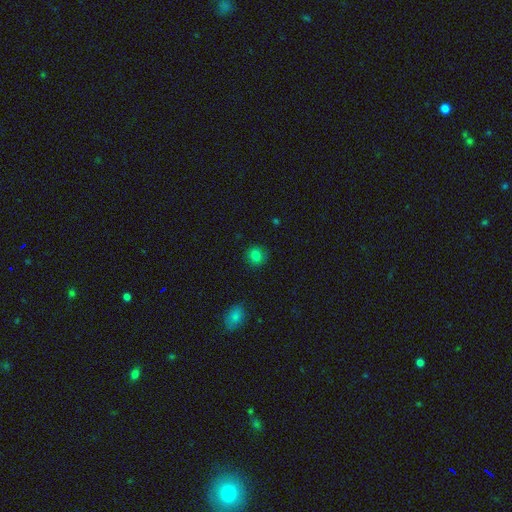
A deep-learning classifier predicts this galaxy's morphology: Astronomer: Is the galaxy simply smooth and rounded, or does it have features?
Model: smooth — 81%.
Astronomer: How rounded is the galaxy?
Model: round — 89%.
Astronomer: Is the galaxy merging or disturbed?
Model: none — 89%.